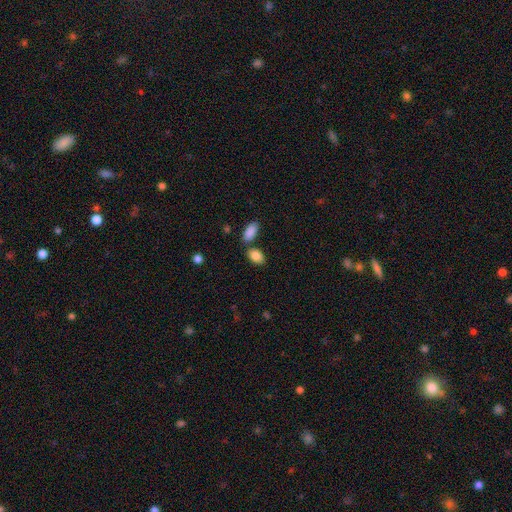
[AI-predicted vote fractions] Q: Smooth or featured?
A: smooth (88%); runner-up: star or artifact (7%)
Q: How rounded?
A: in between (90%); runner-up: round (8%)
Q: Merging?
A: none (68%); runner-up: merger (17%)